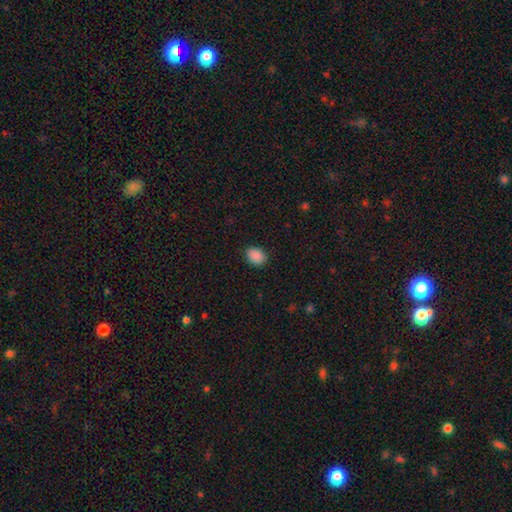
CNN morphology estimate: Smooth or featured? Predicted: smooth (p=0.89). How rounded? Predicted: in between (p=0.68). Merging? Predicted: none (p=0.88).